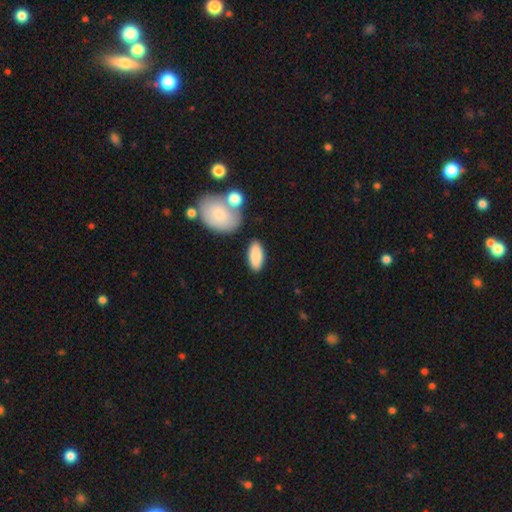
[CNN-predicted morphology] Smooth or featured? Predicted: smooth (p=0.87). How rounded? Predicted: in between (p=0.85). Merging? Predicted: none (p=0.83).